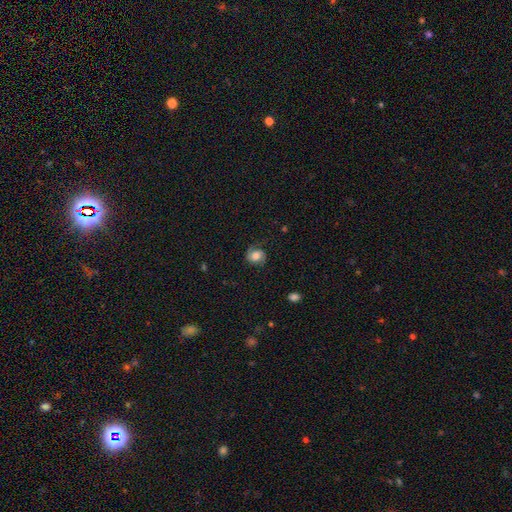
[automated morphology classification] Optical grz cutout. It shows a featured or disk galaxy (50%). Merging: none (69%).